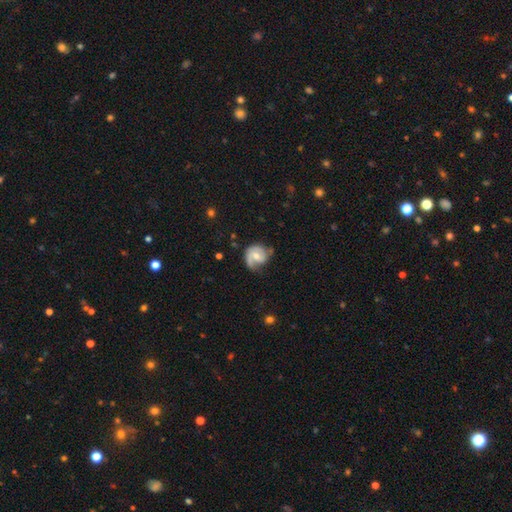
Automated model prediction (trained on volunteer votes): smooth_or_featured: featured or disk (p=0.69) [alt: smooth p=0.25]
disk_edge_on: no (p=0.98) [alt: yes p=0.02]
bar: no (p=0.52) [alt: weak p=0.39]
has_spiral_arms: yes (p=0.88) [alt: no p=0.12]
spiral_winding: tight (p=0.41) [alt: medium p=0.38]
spiral_arm_count: 2 (p=0.45) [alt: 1 p=0.39]
bulge_size: moderate (p=0.56) [alt: small p=0.37]
merging: none (p=0.53) [alt: minor disturbance p=0.28]